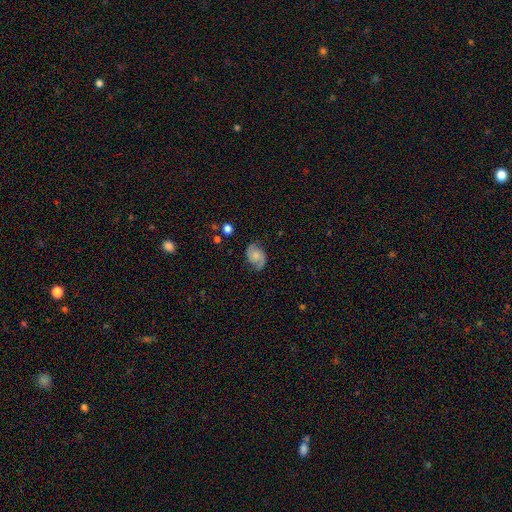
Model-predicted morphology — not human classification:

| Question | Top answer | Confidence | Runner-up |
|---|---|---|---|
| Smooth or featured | featured or disk | 71% | smooth (21%) |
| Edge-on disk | no | 98% | yes (2%) |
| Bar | no | 65% | weak (30%) |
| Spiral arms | yes | 95% | no (5%) |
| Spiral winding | medium | 49% | loose (25%) |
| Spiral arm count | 2 | 89% | can't tell (5%) |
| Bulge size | none | 32% | small (30%) |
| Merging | none | 74% | minor disturbance (18%) |